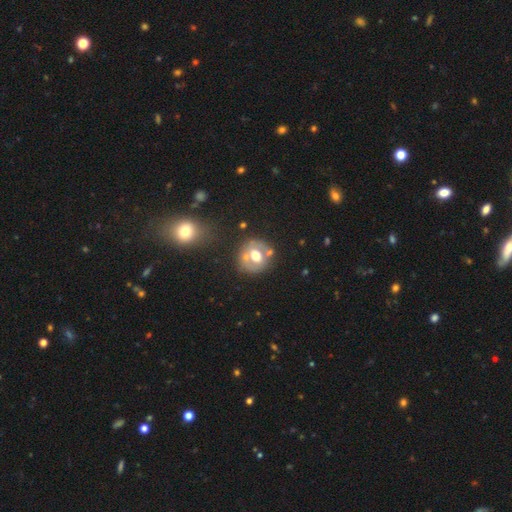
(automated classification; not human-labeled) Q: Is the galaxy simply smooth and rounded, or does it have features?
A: featured or disk — 52%.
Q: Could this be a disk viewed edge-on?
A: no — 94%.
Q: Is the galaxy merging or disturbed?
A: none — 67%.